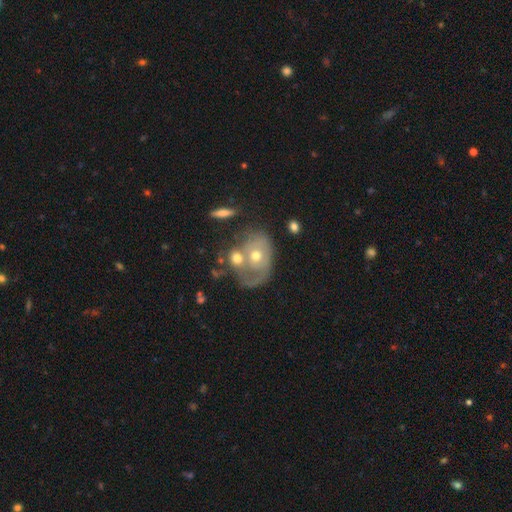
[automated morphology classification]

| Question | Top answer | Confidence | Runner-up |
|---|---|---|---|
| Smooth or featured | featured or disk | 52% | smooth (39%) |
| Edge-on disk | no | 94% | yes (6%) |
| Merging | merger | 50% | none (22%) |